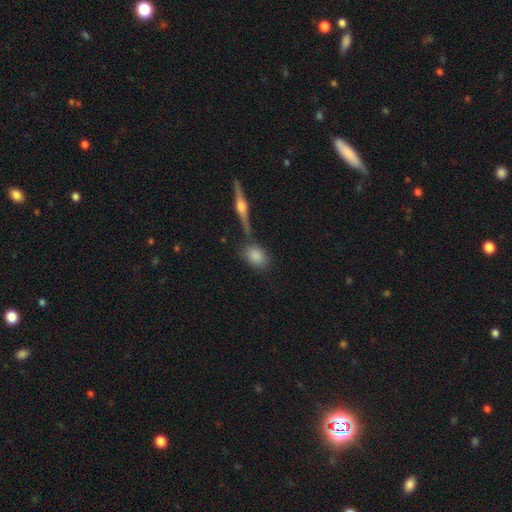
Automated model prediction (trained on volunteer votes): Q: Smooth or featured?
A: smooth (80%); runner-up: featured or disk (12%)
Q: How rounded?
A: in between (69%); runner-up: round (26%)
Q: Merging?
A: none (67%); runner-up: merger (15%)